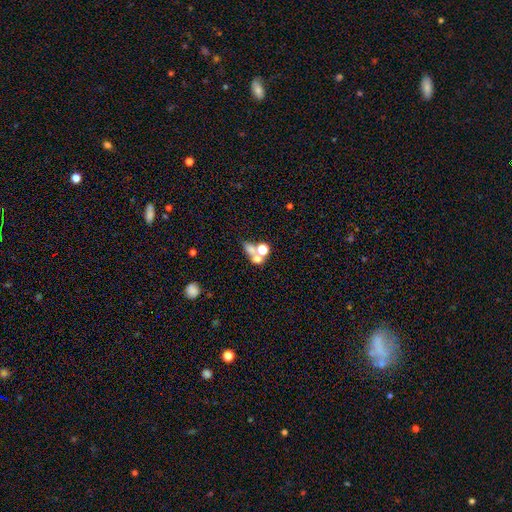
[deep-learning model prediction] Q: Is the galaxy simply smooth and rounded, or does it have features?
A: smooth — 58%.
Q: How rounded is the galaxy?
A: round — 53%.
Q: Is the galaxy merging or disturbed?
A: merger — 55%.